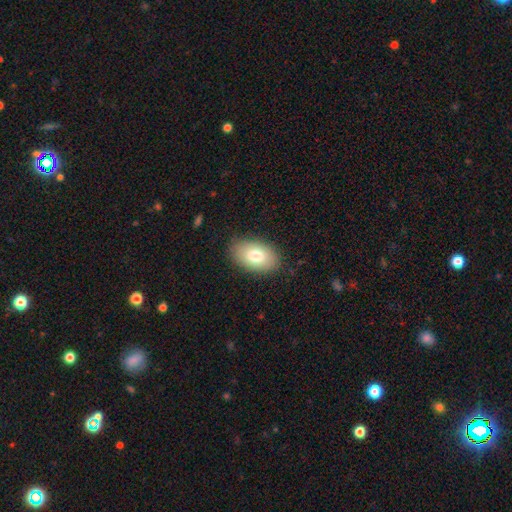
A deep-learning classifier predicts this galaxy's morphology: Smooth or featured?
  - smooth: 79% *
  - featured or disk: 14%
  - star or artifact: 7%
How rounded?
  - in between: 93% *
  - round: 5%
  - cigar-shaped: 1%
Merging?
  - none: 86% *
  - minor disturbance: 11%
  - major disturbance: 3%
  - merger: 1%